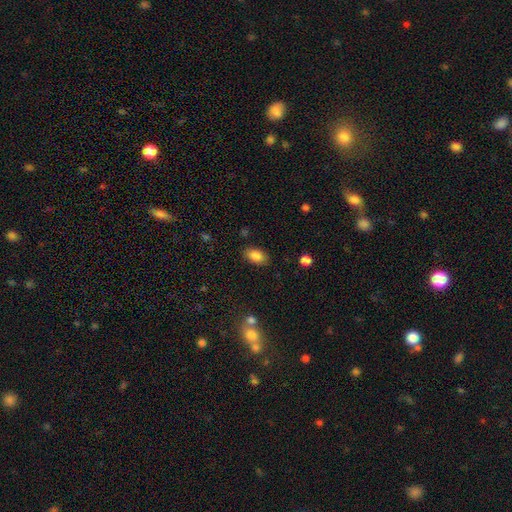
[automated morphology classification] Smooth or featured?
  - smooth: 85% *
  - star or artifact: 9%
  - featured or disk: 6%
How rounded?
  - in between: 90% *
  - round: 8%
  - cigar-shaped: 2%
Merging?
  - none: 85% *
  - minor disturbance: 10%
  - major disturbance: 3%
  - merger: 2%